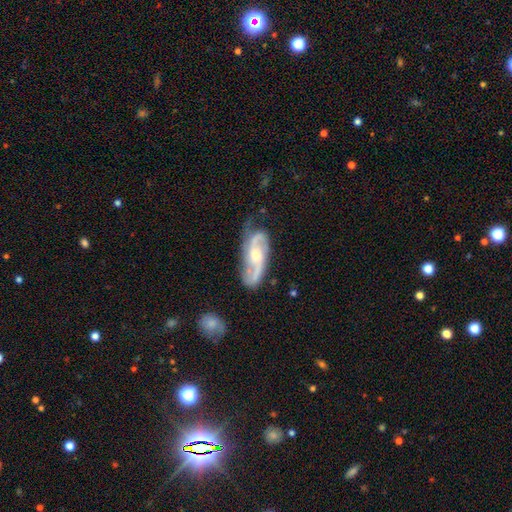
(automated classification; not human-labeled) Overall: featured or disk (85%). Edge-on disk: no (93%). Bar: no (55%; weak 35%). Spiral arms: yes (96%). Spiral arm count: 2 (76%). Spiral winding: medium (48%; loose 31%). Bulge size: moderate (53%; small 41%). Merging: none (65%).